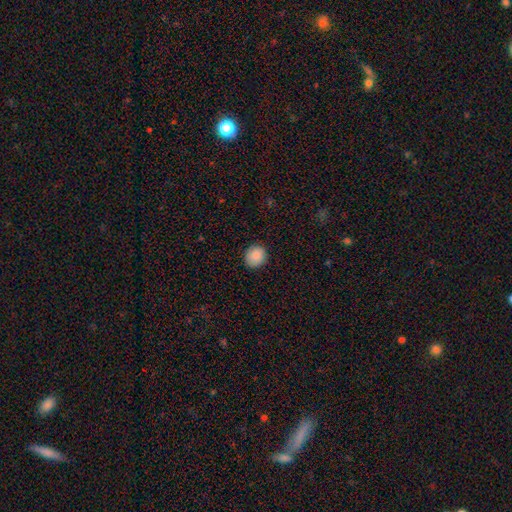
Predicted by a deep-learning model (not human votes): Smooth or featured: smooth — 88% (star or artifact — 8%)
How rounded: round — 79% (in between — 20%)
Merging: none — 89% (minor disturbance — 8%)